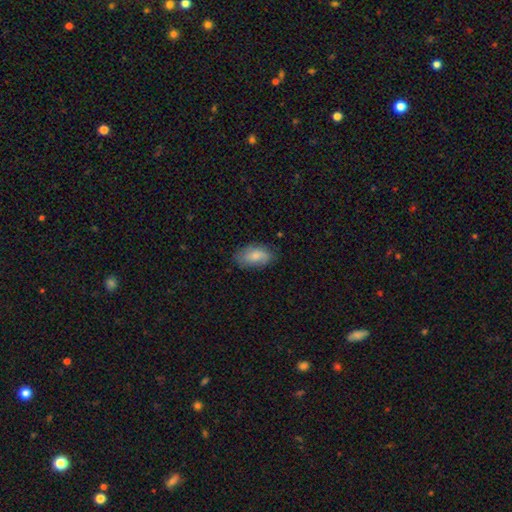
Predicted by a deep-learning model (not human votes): smooth_or_featured: smooth (p=0.76) [alt: featured or disk p=0.17]
how_rounded: in between (p=0.92) [alt: round p=0.05]
merging: none (p=0.74) [alt: minor disturbance p=0.20]